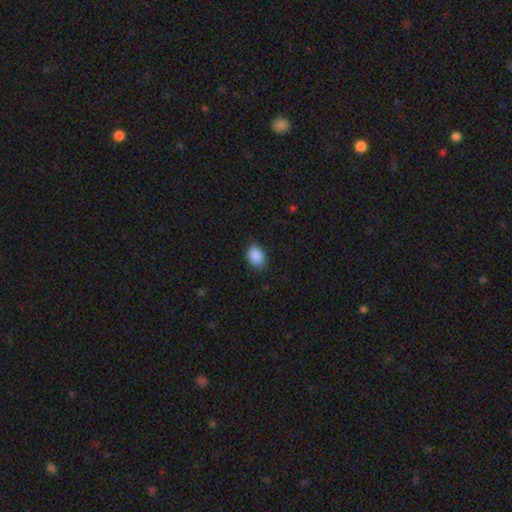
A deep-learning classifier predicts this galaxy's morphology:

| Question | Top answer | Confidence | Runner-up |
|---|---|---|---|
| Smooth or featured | smooth | 90% | star or artifact (7%) |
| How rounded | in between | 78% | round (21%) |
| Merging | none | 85% | minor disturbance (12%) |